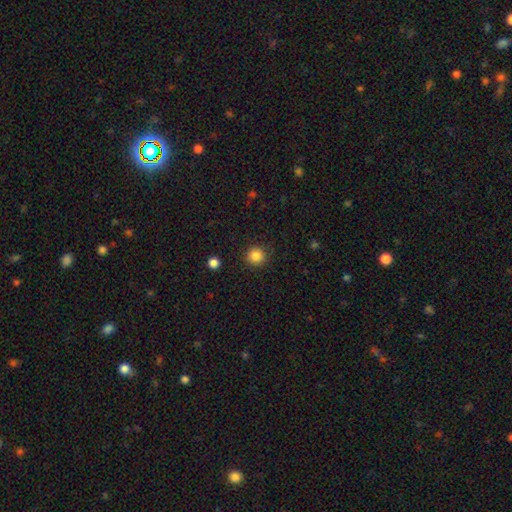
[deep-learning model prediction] A smooth galaxy with no disk features (85%) that is round (94%).

Vote fractions:
- Smooth or featured? smooth: 85% / star or artifact: 11% / featured or disk: 4%
- How rounded? round: 94% / in between: 5% / cigar-shaped: 1%
- Merging? none: 89% / minor disturbance: 7% / major disturbance: 2% / merger: 1%